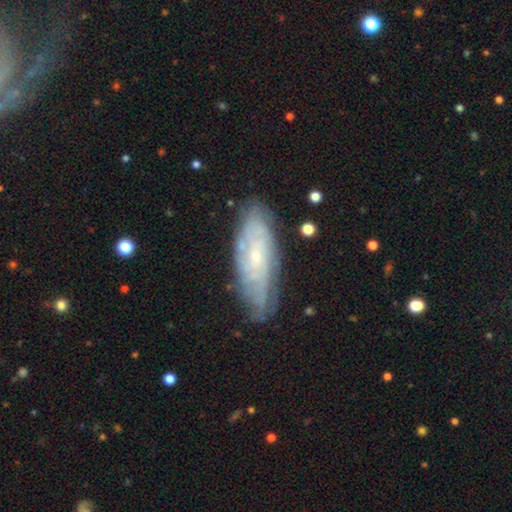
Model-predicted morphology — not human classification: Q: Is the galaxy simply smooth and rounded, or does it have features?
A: featured or disk — 74%.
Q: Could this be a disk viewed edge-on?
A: no — 86%.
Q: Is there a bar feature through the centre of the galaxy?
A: no — 70%.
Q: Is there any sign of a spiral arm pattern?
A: yes — 90%.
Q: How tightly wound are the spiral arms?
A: tight — 70%.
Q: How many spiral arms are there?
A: can't tell — 56%.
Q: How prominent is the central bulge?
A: small — 76%.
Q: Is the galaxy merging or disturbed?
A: none — 74%.